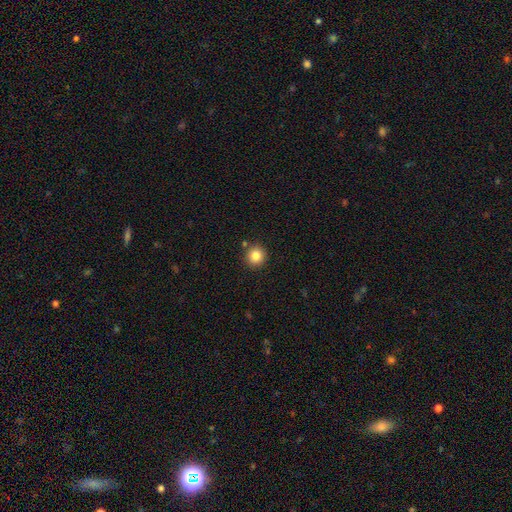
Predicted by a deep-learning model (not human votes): The model was most divided on "smooth or featured": smooth: 84%, star or artifact: 10%, featured or disk: 6%. More confident: how rounded — round (92%); merging — none (87%).